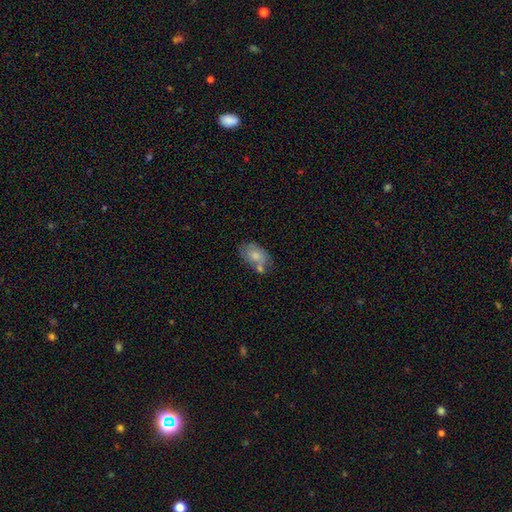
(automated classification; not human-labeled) Smooth or featured? Predicted: smooth (p=0.70). How rounded? Predicted: in between (p=0.87). Merging? Predicted: none (p=0.44).